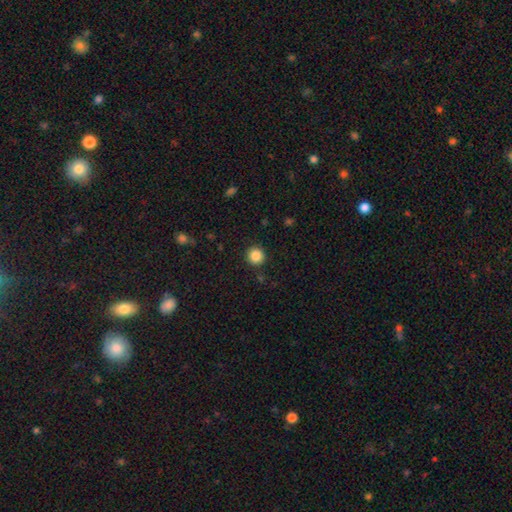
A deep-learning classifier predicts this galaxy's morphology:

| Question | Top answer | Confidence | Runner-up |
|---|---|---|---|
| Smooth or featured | smooth | 86% | star or artifact (10%) |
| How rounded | round | 94% | in between (5%) |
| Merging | none | 91% | minor disturbance (5%) |